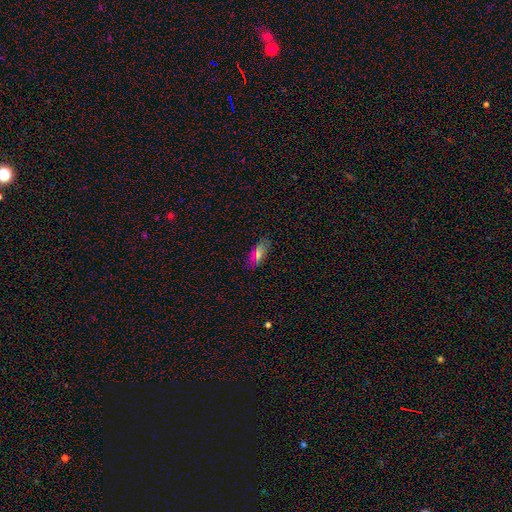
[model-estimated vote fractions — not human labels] Smooth or featured? smooth (67%)
How rounded? in between (74%)
Merging? none (85%)